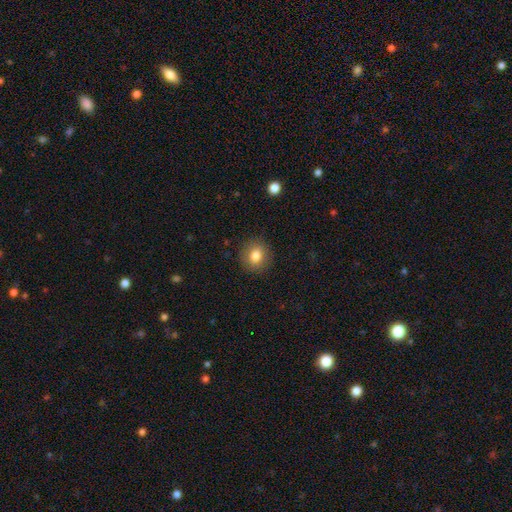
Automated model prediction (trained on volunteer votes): smooth_or_featured: smooth (p=0.82) [alt: star or artifact p=0.10]
how_rounded: round (p=0.78) [alt: in between p=0.21]
merging: none (p=0.89) [alt: minor disturbance p=0.07]